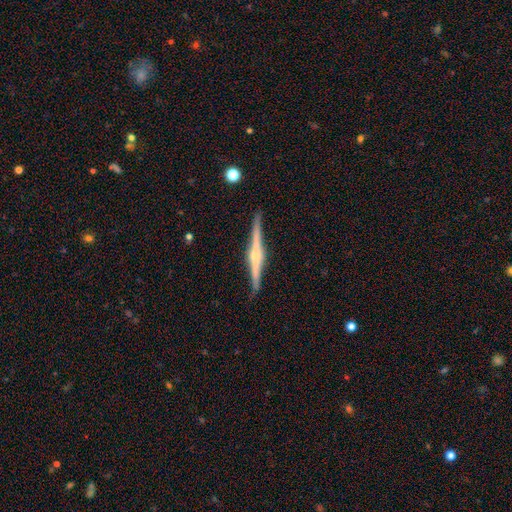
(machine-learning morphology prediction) Q: Smooth or featured?
A: featured or disk (83%); runner-up: smooth (12%)
Q: Edge-on disk?
A: yes (98%); runner-up: no (2%)
Q: Edge-on bulge?
A: rounded (84%); runner-up: boxy (8%)
Q: Merging?
A: none (90%); runner-up: minor disturbance (7%)